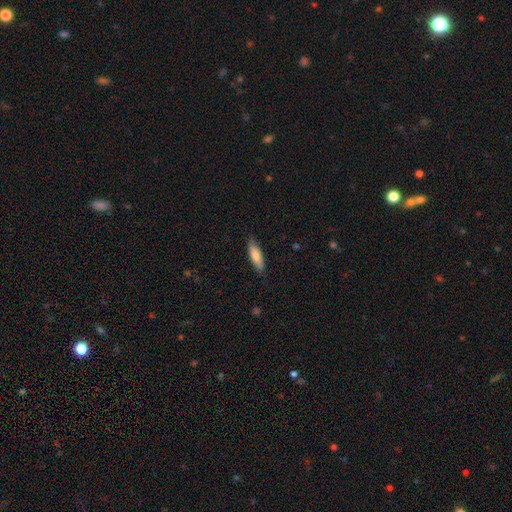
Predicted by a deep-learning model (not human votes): smooth_or_featured: smooth (p=0.81) [alt: featured or disk p=0.14]
how_rounded: cigar-shaped (p=0.54) [alt: in between p=0.44]
merging: none (p=0.82) [alt: minor disturbance p=0.14]